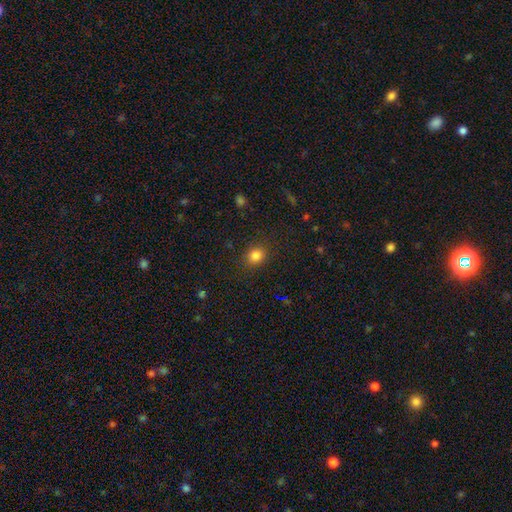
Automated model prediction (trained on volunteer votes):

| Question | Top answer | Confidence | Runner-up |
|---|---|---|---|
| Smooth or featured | smooth | 82% | star or artifact (13%) |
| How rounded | round | 73% | in between (26%) |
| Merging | none | 87% | minor disturbance (9%) |